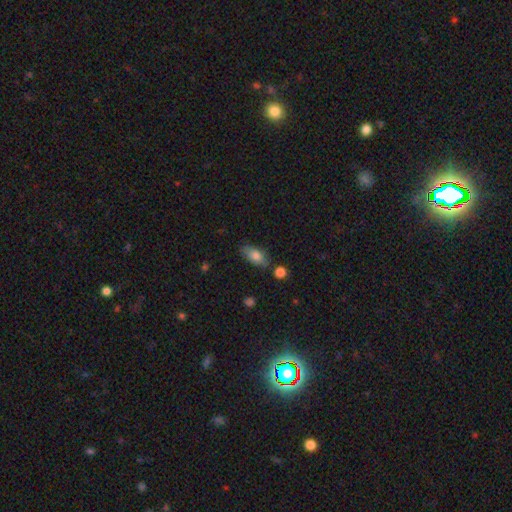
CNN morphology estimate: Overall: smooth (79%). How rounded: in between (86%). Merging: none (73%).